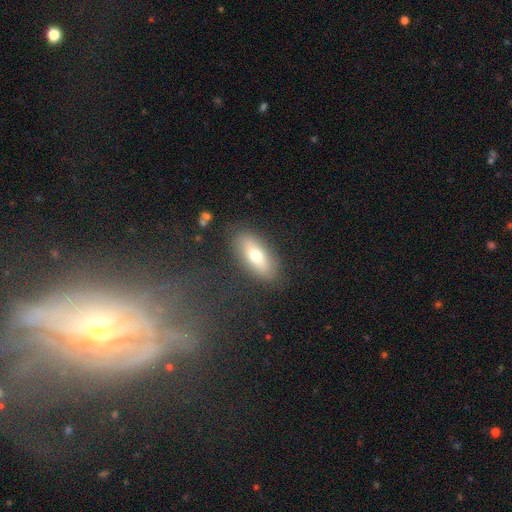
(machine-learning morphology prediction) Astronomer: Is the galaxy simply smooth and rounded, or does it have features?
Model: smooth — 68%.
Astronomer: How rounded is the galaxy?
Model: in between — 79%.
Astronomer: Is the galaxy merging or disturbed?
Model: none — 83%.